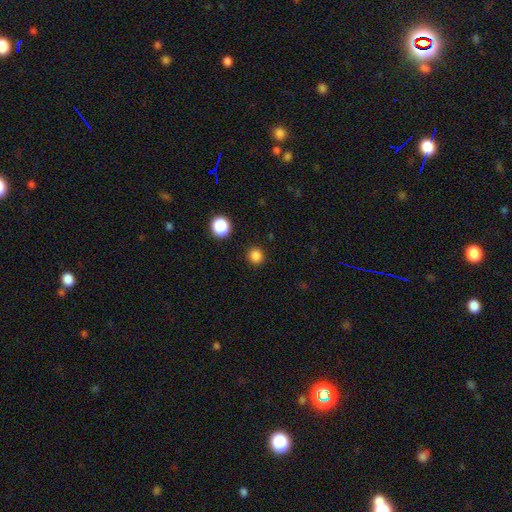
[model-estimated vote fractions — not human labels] Smooth or featured: smooth — 83% (star or artifact — 14%)
How rounded: round — 92% (in between — 7%)
Merging: none — 91% (minor disturbance — 6%)